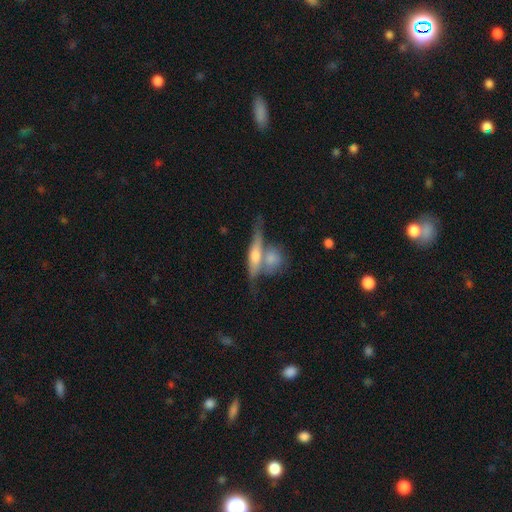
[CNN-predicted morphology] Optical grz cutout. It shows a featured or disk galaxy (57%) viewed edge-on (85%). Merging: none (44%).